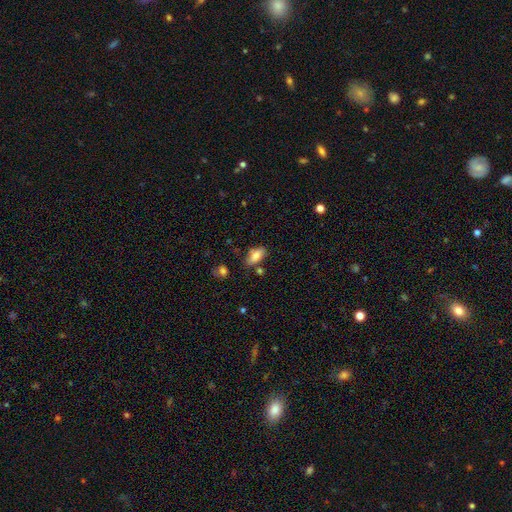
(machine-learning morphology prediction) A smooth galaxy with no disk features (82%) that is in between round and cigar-shaped (88%).

Vote fractions:
- Smooth or featured? smooth: 82% / featured or disk: 10% / star or artifact: 8%
- How rounded? in between: 88% / cigar-shaped: 9% / round: 3%
- Merging? none: 70% / minor disturbance: 19% / merger: 7% / major disturbance: 4%